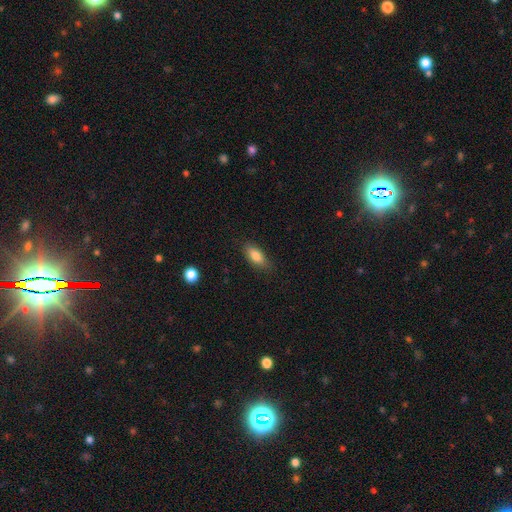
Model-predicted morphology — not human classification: type=smooth (82%); roundness=in between (81%); merging=none (81%).